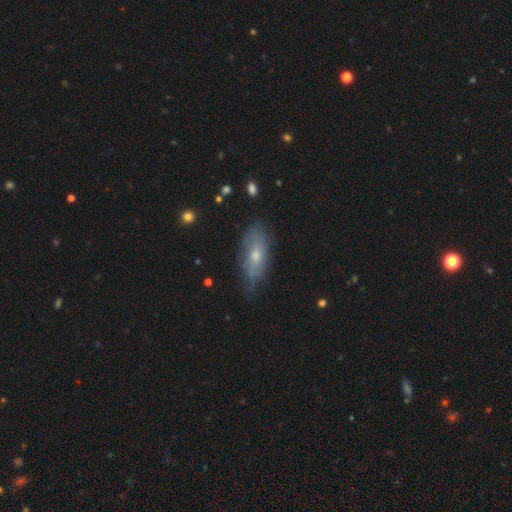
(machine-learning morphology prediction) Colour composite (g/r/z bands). It shows a smooth galaxy with no disk features (51%) that is in between round and cigar-shaped (79%). Merging: none (64%).